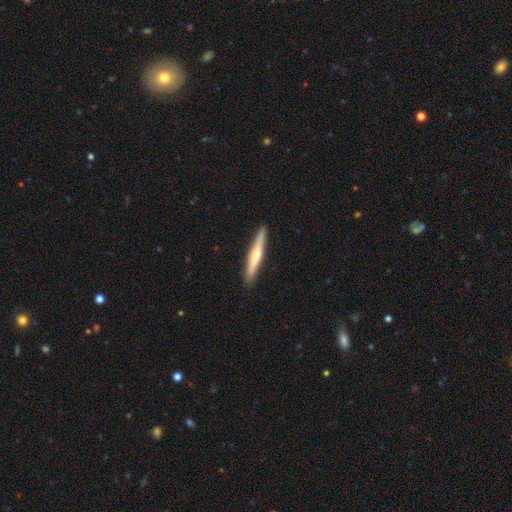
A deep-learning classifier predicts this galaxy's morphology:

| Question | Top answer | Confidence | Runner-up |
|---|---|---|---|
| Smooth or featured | featured or disk | 48% | smooth (47%) |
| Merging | none | 90% | minor disturbance (7%) |